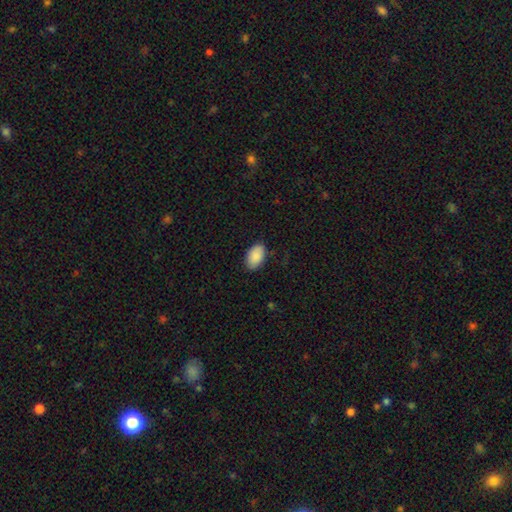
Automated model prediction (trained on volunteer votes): This appears to be a smooth galaxy with no disk features (90%) that is in between round and cigar-shaped (93%). Merging: none (85%).